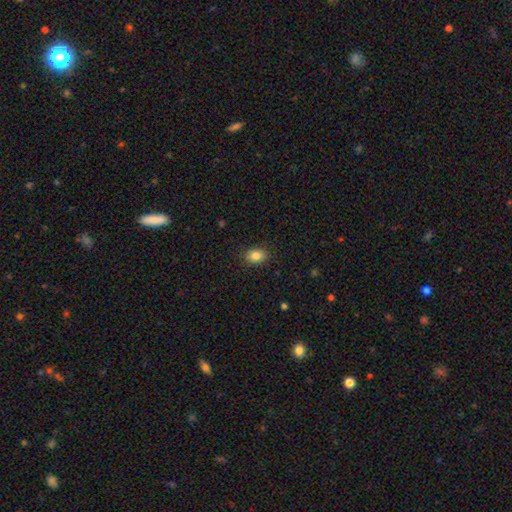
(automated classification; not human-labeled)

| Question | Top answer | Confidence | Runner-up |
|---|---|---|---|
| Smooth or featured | smooth | 85% | star or artifact (9%) |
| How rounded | in between | 75% | round (24%) |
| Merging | none | 88% | minor disturbance (9%) |